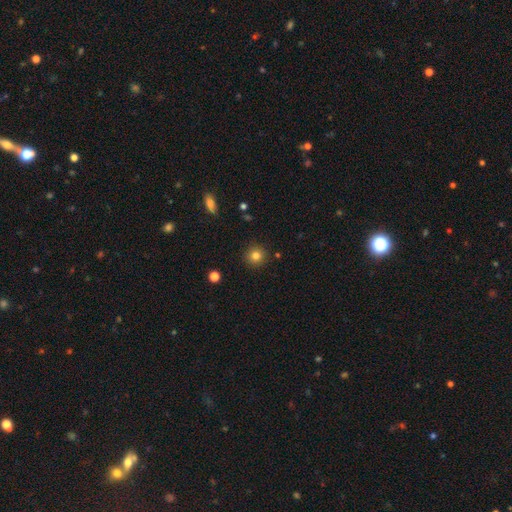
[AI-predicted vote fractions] Morphology: type=smooth (82%); roundness=round (94%); merging=none (90%).